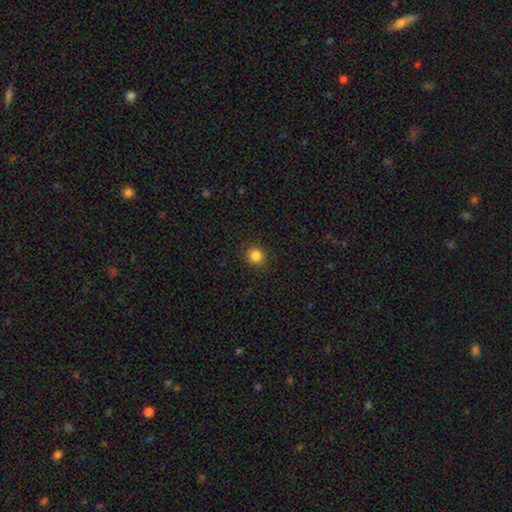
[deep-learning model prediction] Smooth or featured: smooth — 85% (star or artifact — 12%)
How rounded: round — 89% (in between — 10%)
Merging: none — 90% (minor disturbance — 7%)